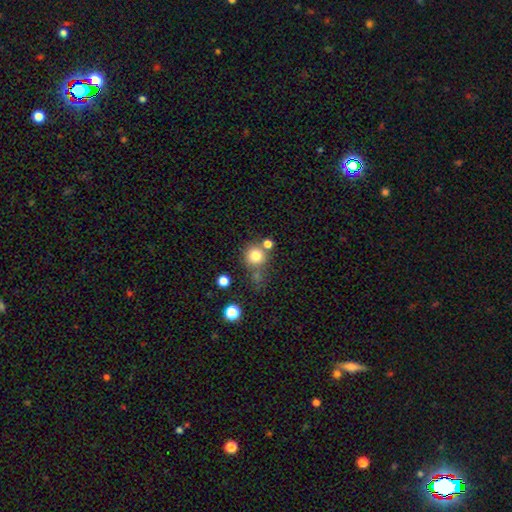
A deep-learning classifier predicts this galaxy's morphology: Q: Smooth or featured?
A: smooth (79%); runner-up: star or artifact (13%)
Q: How rounded?
A: round (91%); runner-up: in between (8%)
Q: Merging?
A: none (67%); runner-up: merger (17%)